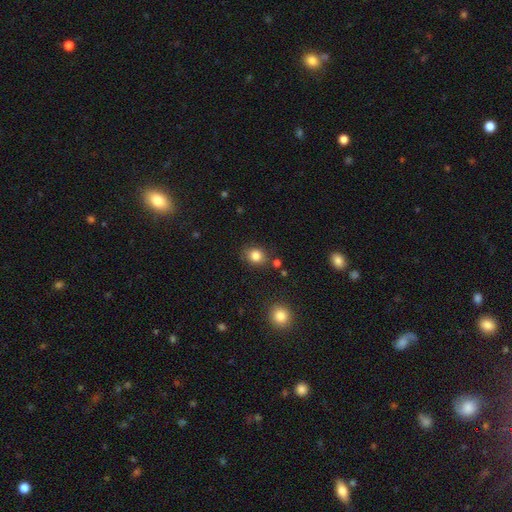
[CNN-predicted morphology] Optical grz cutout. It shows a smooth galaxy with no disk features (83%) that is round (62%). Merging: none (80%).